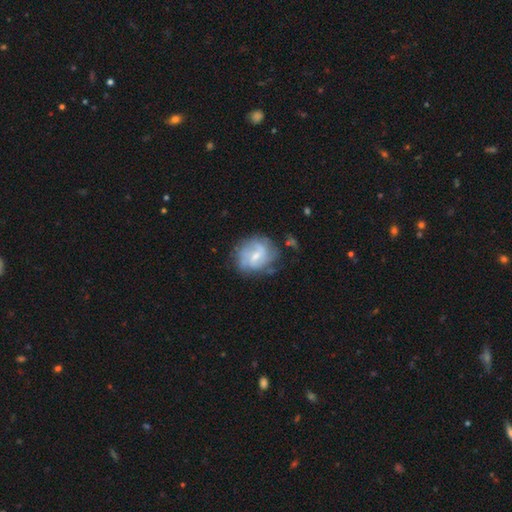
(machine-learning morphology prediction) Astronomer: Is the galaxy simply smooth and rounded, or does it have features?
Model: featured or disk — 68%.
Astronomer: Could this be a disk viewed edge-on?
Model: no — 98%.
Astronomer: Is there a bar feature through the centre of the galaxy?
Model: weak — 58%.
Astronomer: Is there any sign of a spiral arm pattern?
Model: yes — 80%.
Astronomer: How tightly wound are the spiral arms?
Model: medium — 41% (runner-up: tight, 37%).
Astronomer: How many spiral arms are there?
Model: can't tell — 37% (runner-up: 2, 36%).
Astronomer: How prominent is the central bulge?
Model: small — 53% (runner-up: moderate, 38%).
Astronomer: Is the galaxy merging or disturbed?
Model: none — 62%.